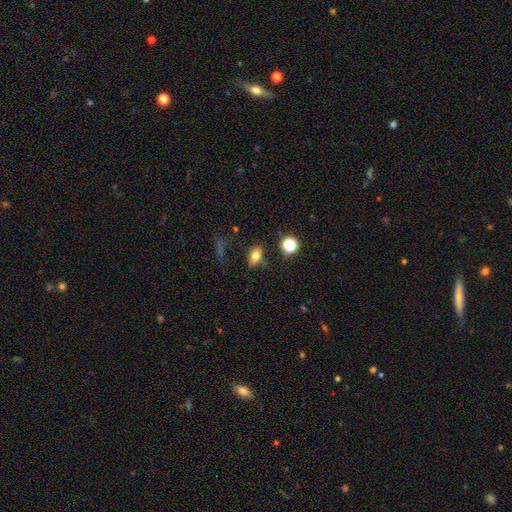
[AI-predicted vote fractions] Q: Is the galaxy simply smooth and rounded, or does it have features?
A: smooth — 75%.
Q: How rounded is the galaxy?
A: in between — 78%.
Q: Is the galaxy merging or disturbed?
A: none — 74%.